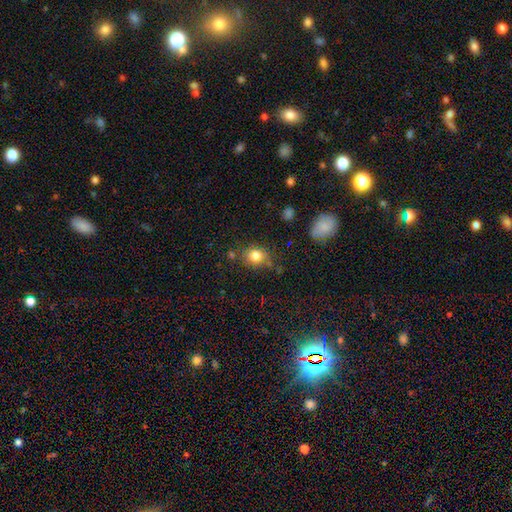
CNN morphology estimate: smooth 82%, star or artifact 10%, featured or disk 8%. Down the decision tree: how rounded — round (59%); merging — none (72%).